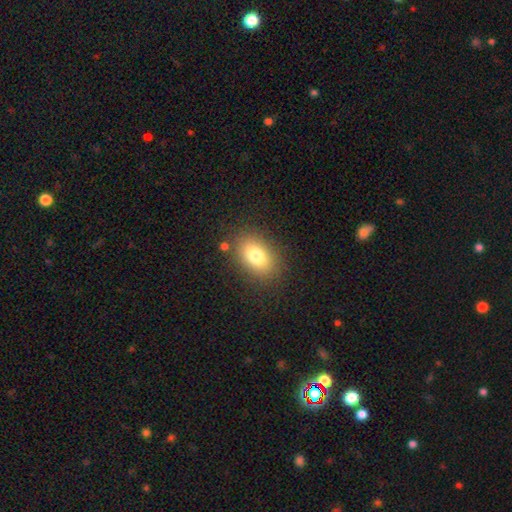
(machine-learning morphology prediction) smooth_or_featured: smooth (p=0.78) [alt: featured or disk p=0.13]
how_rounded: in between (p=0.84) [alt: round p=0.15]
merging: none (p=0.83) [alt: minor disturbance p=0.10]